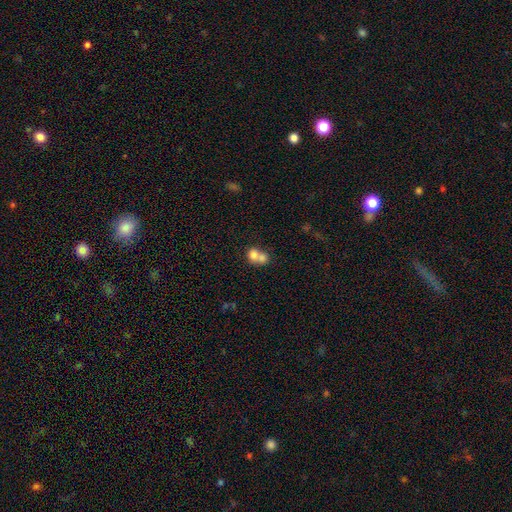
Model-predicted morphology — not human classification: smooth 73%, featured or disk 17%, star or artifact 10%. Down the decision tree: how rounded — round (65%); merging — merger (71%).